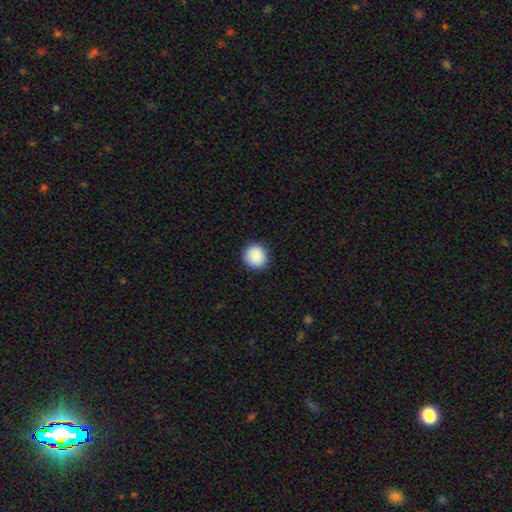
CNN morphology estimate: Q: Smooth or featured?
A: smooth (90%); runner-up: star or artifact (7%)
Q: How rounded?
A: round (93%); runner-up: in between (7%)
Q: Merging?
A: none (91%); runner-up: minor disturbance (6%)